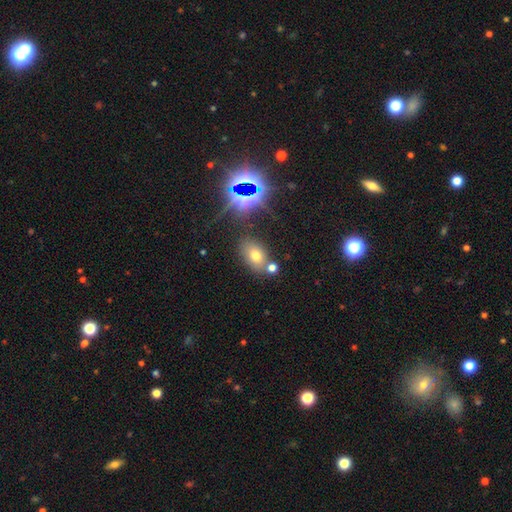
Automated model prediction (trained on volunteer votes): Smooth or featured?
  - smooth: 63% *
  - star or artifact: 23%
  - featured or disk: 14%
How rounded?
  - in between: 79% *
  - round: 19%
  - cigar-shaped: 2%
Merging?
  - none: 69% *
  - merger: 14%
  - minor disturbance: 13%
  - major disturbance: 5%